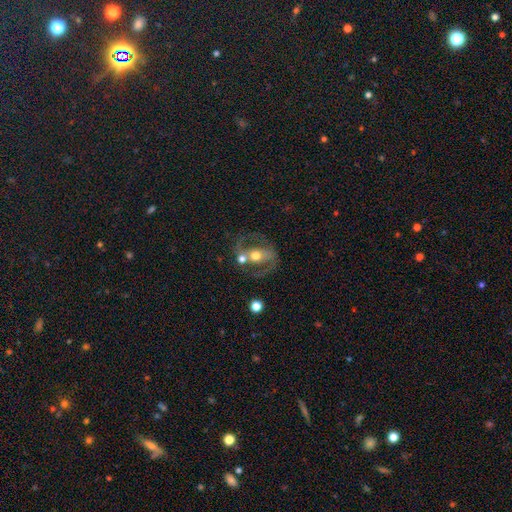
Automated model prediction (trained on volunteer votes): featured or disk 73%, smooth 19%, star or artifact 8%. Down the decision tree: edge-on disk — no (95%); bar — no (48%); spiral arms — yes (74%); spiral arm count — 2 (86%); spiral winding — medium (52%); bulge size — moderate (72%); merging — none (54%).